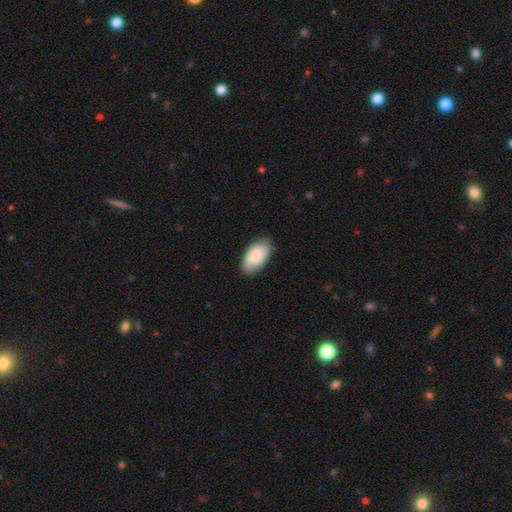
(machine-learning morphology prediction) type=smooth (76%); roundness=in between (95%); merging=none (79%).